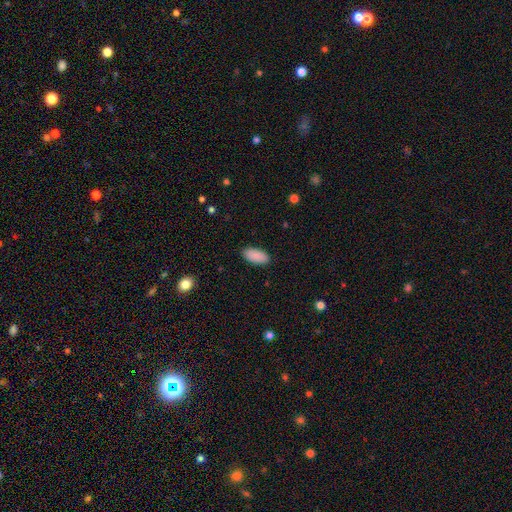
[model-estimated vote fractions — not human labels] A smooth galaxy with no disk features (90%) that is in between round and cigar-shaped (92%).

Vote fractions:
- Smooth or featured? smooth: 90% / star or artifact: 6% / featured or disk: 3%
- How rounded? in between: 92% / cigar-shaped: 6% / round: 2%
- Merging? none: 89% / minor disturbance: 8% / major disturbance: 2% / merger: 1%